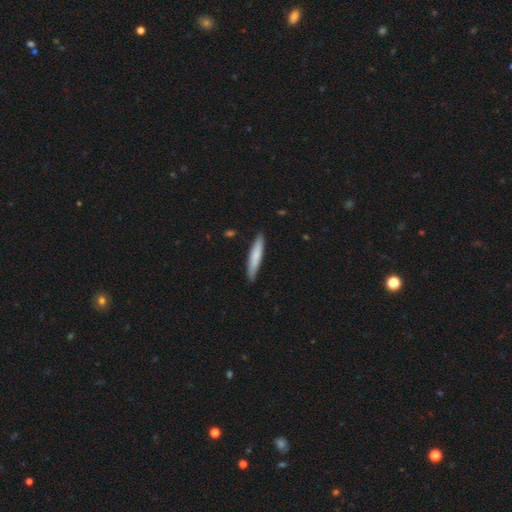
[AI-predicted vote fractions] Overall: smooth (74%). How rounded: cigar-shaped (90%). Merging: none (88%).